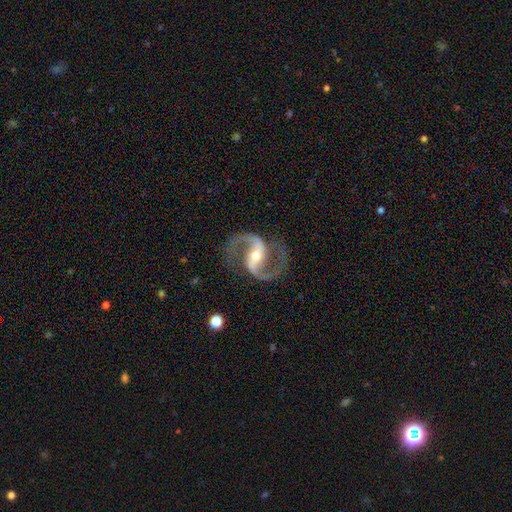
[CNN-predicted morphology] Smooth or featured?
  - featured or disk: 94% *
  - star or artifact: 4%
  - smooth: 2%
Edge-on disk?
  - no: 98% *
  - yes: 2%
Bar?
  - strong: 47% *
  - weak: 34%
  - no: 19%
Spiral arms?
  - yes: 98% *
  - no: 2%
Spiral winding?
  - medium: 57% *
  - loose: 34%
  - tight: 9%
Spiral arm count?
  - 2: 95% *
  - 1: 1%
  - can't tell: 1%
  - 3: 1%
  - 4: 1%
  - more than 4: 1%
Bulge size?
  - moderate: 53% *
  - small: 42%
  - large: 3%
  - none: 1%
  - dominant: 1%
Merging?
  - none: 84% *
  - minor disturbance: 10%
  - major disturbance: 5%
  - merger: 1%